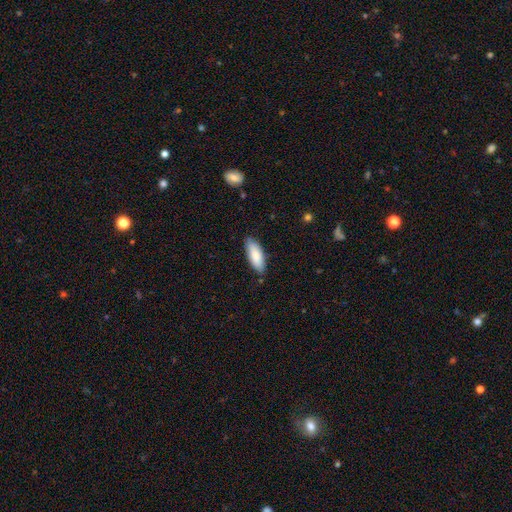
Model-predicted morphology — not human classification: Smooth or featured? Predicted: smooth (p=0.84). How rounded? Predicted: in between (p=0.75). Merging? Predicted: none (p=0.83).